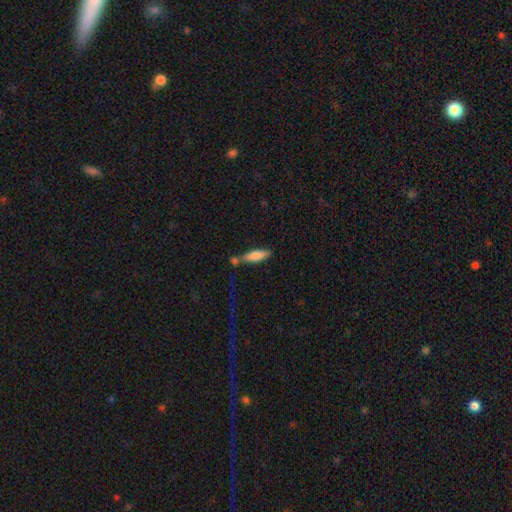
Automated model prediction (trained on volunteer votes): The model was most divided on "how rounded": cigar-shaped: 50%, in between: 48%, round: 2%. More confident: smooth or featured — smooth (76%); merging — none (58%).